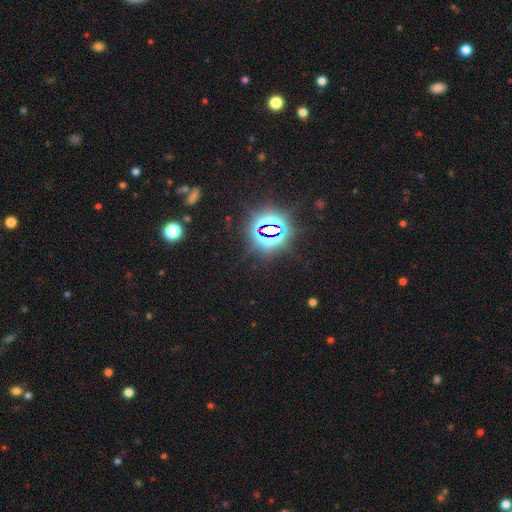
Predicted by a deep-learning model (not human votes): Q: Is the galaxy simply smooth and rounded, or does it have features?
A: star or artifact — 83%.